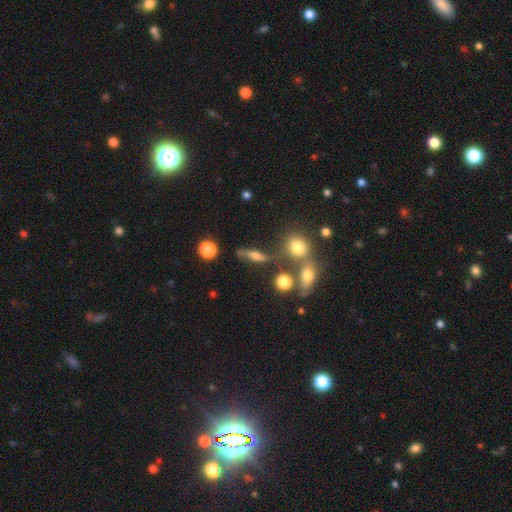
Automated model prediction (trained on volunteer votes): Smooth or featured? Predicted: smooth (p=0.43, tied with featured or disk). Merging? Predicted: none (p=0.59).